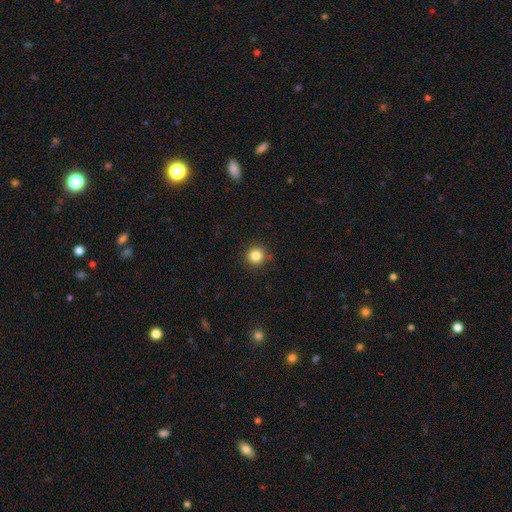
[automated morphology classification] smooth 84%, star or artifact 11%, featured or disk 4%. Down the decision tree: how rounded — round (94%); merging — none (90%).